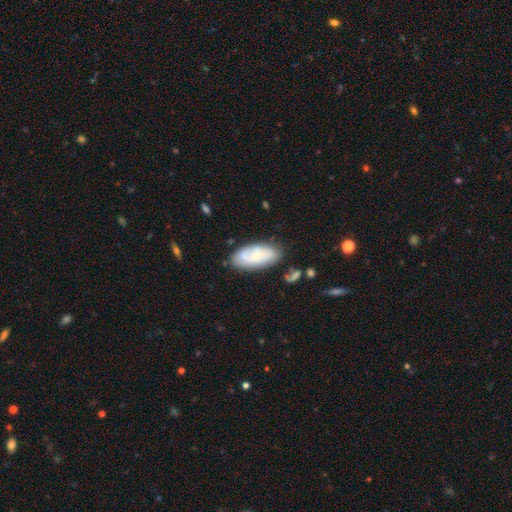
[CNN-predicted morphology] The model was most divided on "smooth or featured": smooth: 51%, featured or disk: 42%, star or artifact: 7%. More confident: how rounded — in between (89%); merging — none (75%).